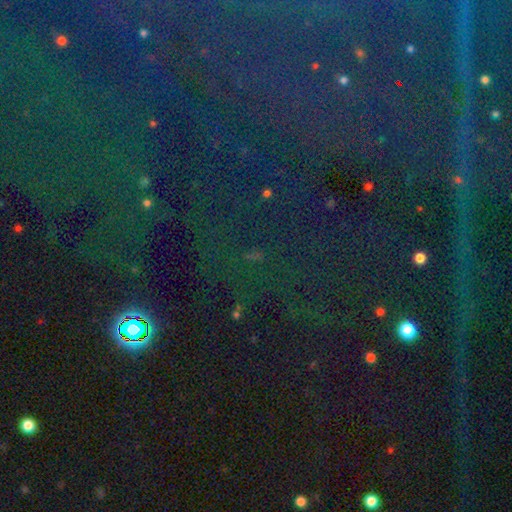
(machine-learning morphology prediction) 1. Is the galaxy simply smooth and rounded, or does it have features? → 82% star or artifact, 10% smooth, 8% featured or disk.